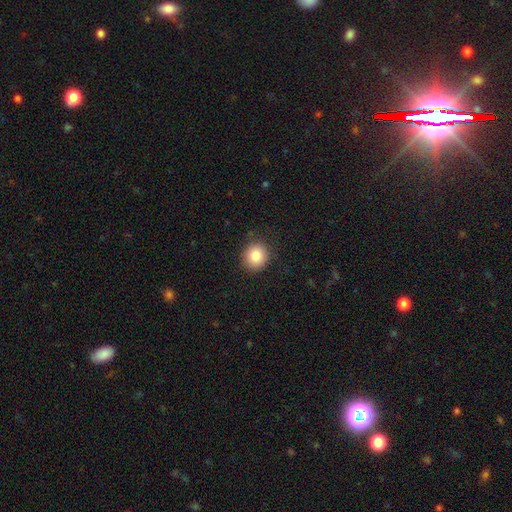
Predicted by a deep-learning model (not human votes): Smooth or featured? smooth (84%)
How rounded? round (84%)
Merging? none (88%)